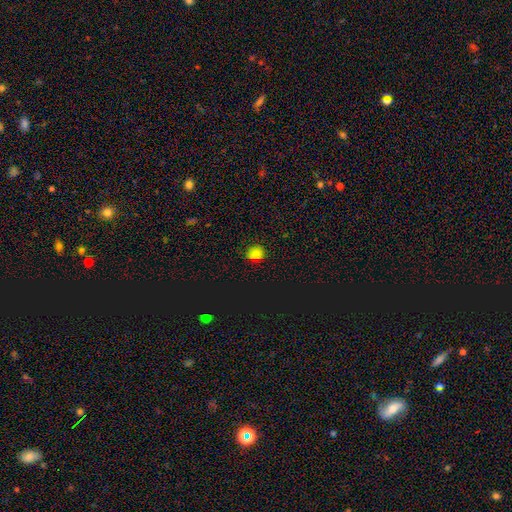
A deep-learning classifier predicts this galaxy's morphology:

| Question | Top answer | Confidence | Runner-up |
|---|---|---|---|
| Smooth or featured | smooth | 73% | star or artifact (22%) |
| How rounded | round | 74% | in between (25%) |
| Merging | none | 85% | minor disturbance (11%) |